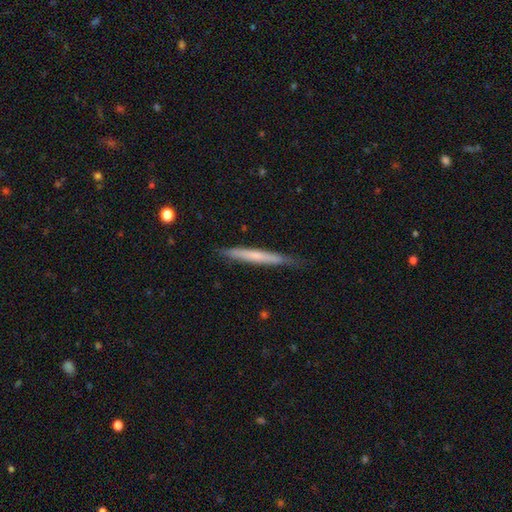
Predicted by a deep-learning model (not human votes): smooth 55%, featured or disk 39%, star or artifact 6%. Down the decision tree: how rounded — cigar-shaped (97%); merging — none (83%).